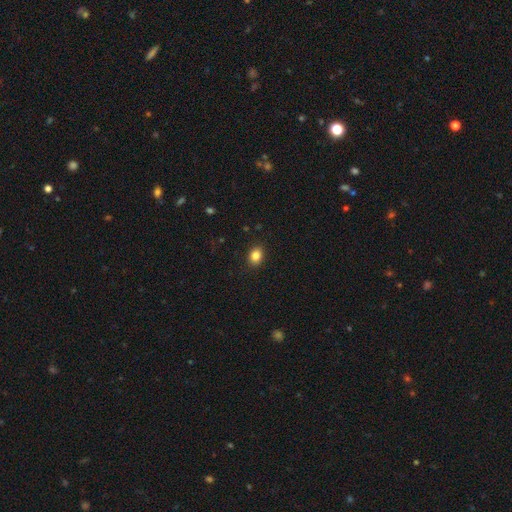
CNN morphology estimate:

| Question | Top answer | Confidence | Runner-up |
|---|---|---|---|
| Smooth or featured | smooth | 84% | star or artifact (10%) |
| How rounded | in between | 55% | round (44%) |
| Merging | none | 89% | minor disturbance (8%) |